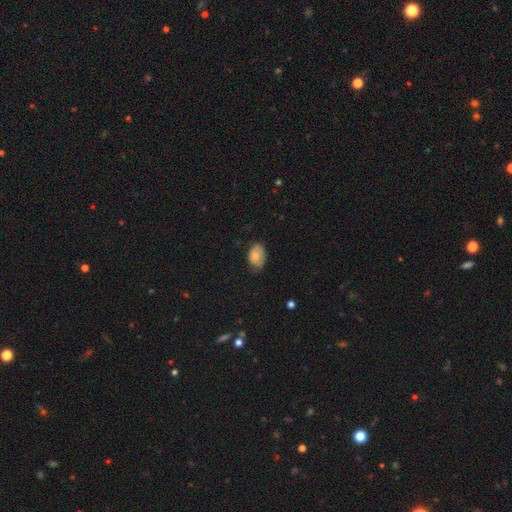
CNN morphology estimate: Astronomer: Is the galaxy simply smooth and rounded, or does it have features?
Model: smooth — 79%.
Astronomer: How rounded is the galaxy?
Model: in between — 85%.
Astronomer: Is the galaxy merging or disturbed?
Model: none — 67%.